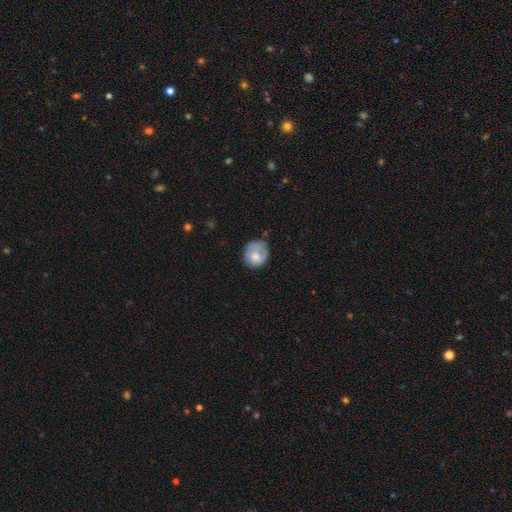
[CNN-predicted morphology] smooth 70%, featured or disk 23%, star or artifact 7%. Down the decision tree: how rounded — round (75%); merging — none (59%).